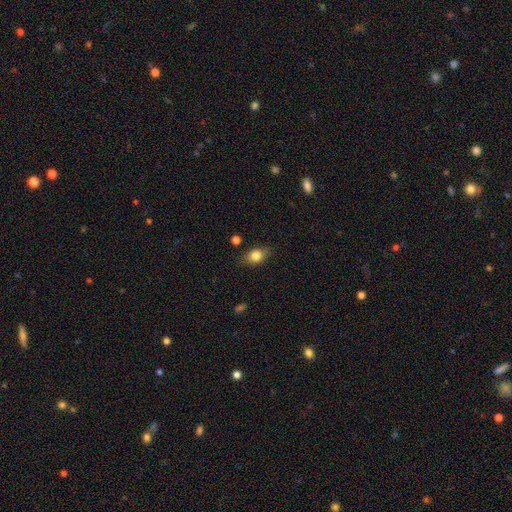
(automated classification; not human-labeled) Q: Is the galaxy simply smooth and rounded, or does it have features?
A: smooth — 79%.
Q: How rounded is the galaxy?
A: in between — 73%.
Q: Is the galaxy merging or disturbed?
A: none — 80%.